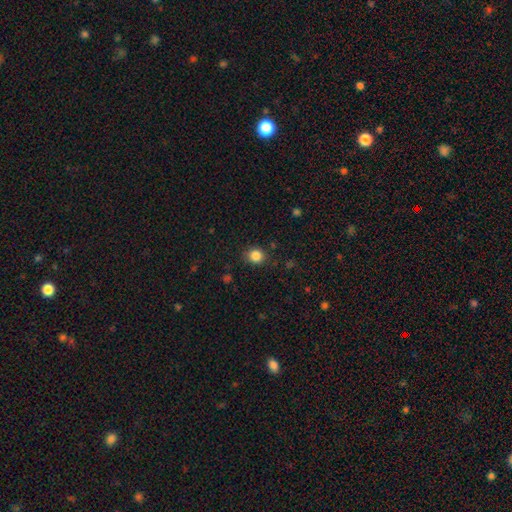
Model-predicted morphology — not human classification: type=smooth (85%); roundness=round (82%); merging=none (87%).